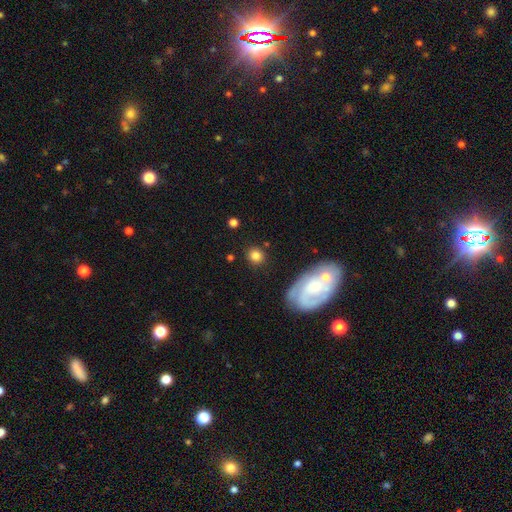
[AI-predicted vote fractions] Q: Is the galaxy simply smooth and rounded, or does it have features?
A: smooth — 77%.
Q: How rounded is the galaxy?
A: round — 85%.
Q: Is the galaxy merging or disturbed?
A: none — 83%.